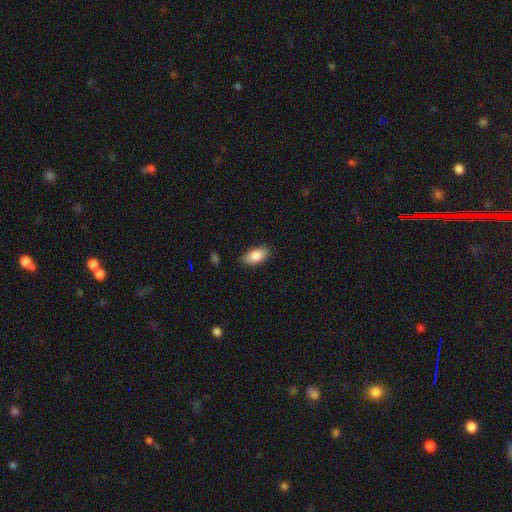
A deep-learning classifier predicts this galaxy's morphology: Smooth or featured?
  - smooth: 86% *
  - featured or disk: 7%
  - star or artifact: 7%
How rounded?
  - in between: 93% *
  - cigar-shaped: 4%
  - round: 3%
Merging?
  - none: 86% *
  - minor disturbance: 10%
  - major disturbance: 2%
  - merger: 1%